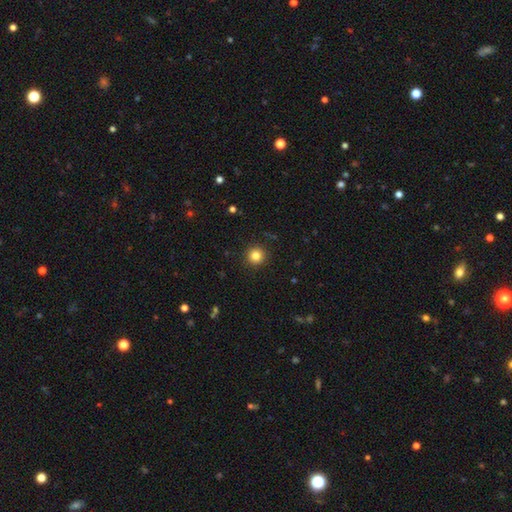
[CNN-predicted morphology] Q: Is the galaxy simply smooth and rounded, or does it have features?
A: smooth — 83%.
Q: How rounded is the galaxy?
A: round — 95%.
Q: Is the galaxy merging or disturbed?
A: none — 92%.